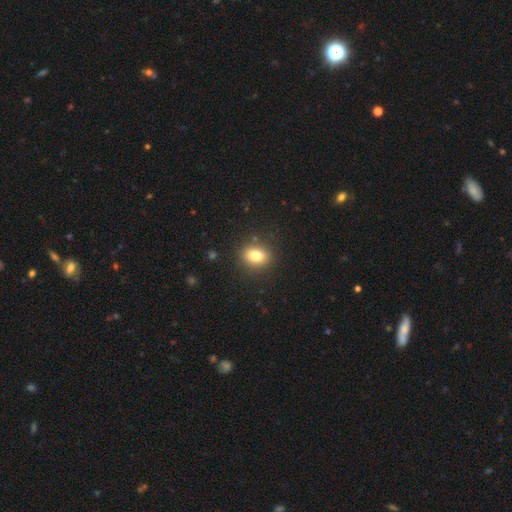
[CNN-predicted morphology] type=smooth (78%); roundness=in between (57%); merging=none (86%).